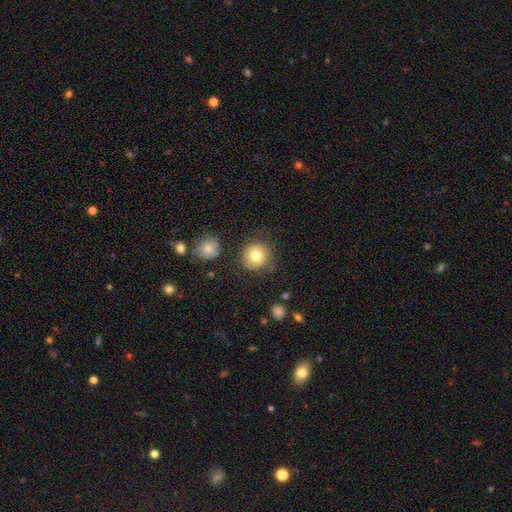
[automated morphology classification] Smooth or featured? Predicted: smooth (p=0.80). How rounded? Predicted: round (p=0.91). Merging? Predicted: none (p=0.72).